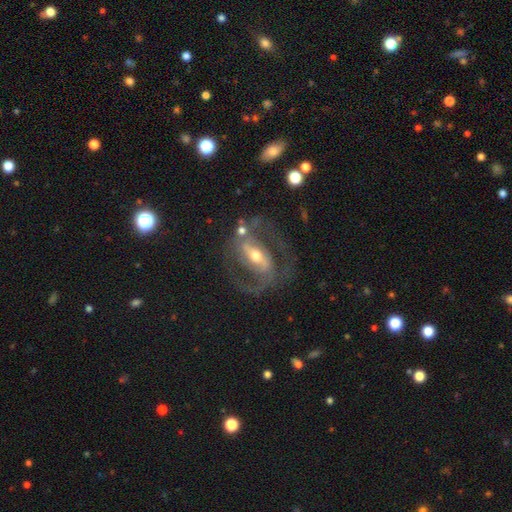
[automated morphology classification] Smooth or featured? Predicted: featured or disk (p=0.86). Edge-on disk? Predicted: no (p=0.95). Bar? Predicted: strong (p=0.58). Spiral arms? Predicted: yes (p=0.88). Spiral winding? Predicted: medium (p=0.55). Spiral arm count? Predicted: 2 (p=0.85). Bulge size? Predicted: moderate (p=0.61). Merging? Predicted: none (p=0.65).